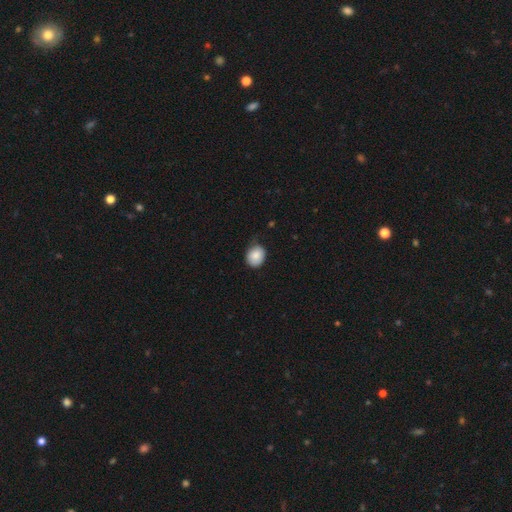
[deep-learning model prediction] Smooth or featured: smooth — 85% (star or artifact — 8%)
How rounded: round — 59% (in between — 40%)
Merging: none — 60% (minor disturbance — 32%)